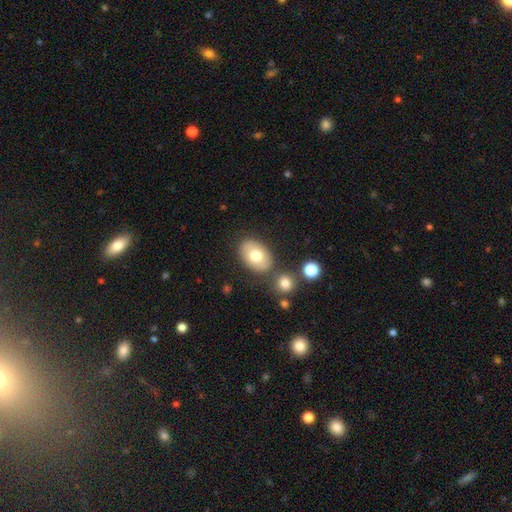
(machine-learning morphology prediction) Smooth or featured? smooth (75%)
How rounded? in between (81%)
Merging? none (74%)